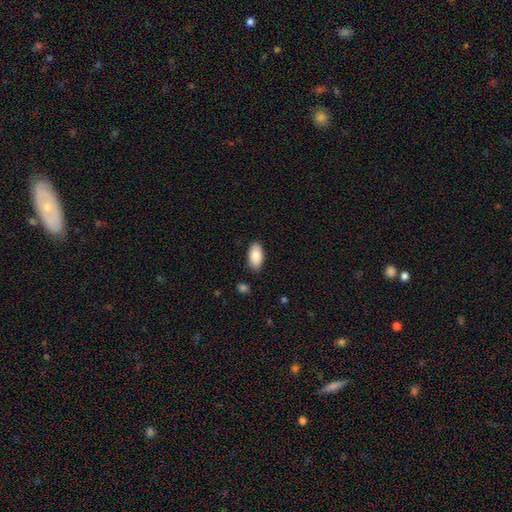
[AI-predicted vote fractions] Morphology: type=smooth (85%); roundness=in between (95%); merging=none (87%).